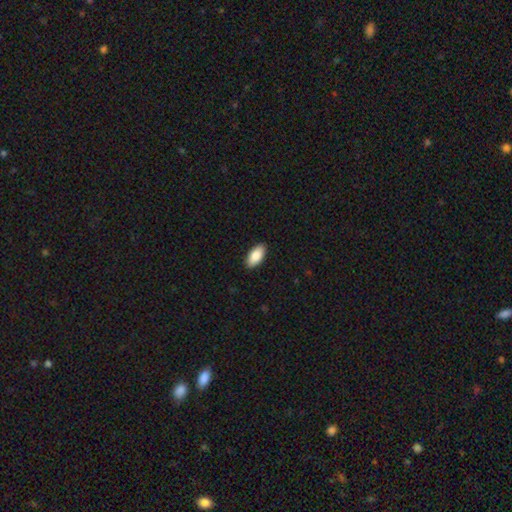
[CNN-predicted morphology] Q: Smooth or featured?
A: smooth (85%); runner-up: featured or disk (9%)
Q: How rounded?
A: in between (93%); runner-up: cigar-shaped (5%)
Q: Merging?
A: none (90%); runner-up: minor disturbance (7%)